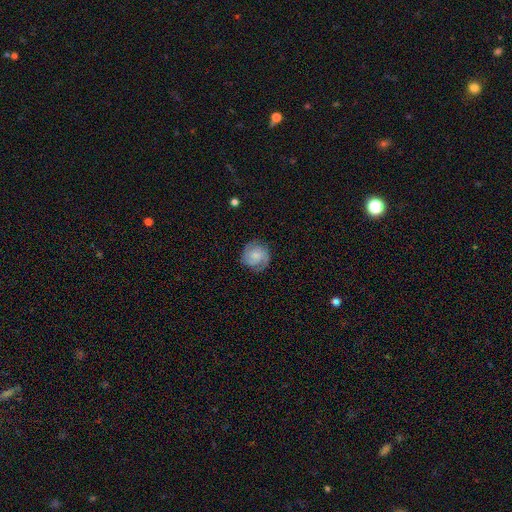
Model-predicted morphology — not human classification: A featured or disk galaxy (56%) with no bar (70%), 2 (51%) tight (52%) spiral arms (92%) and a small central bulge (47%).

Vote fractions:
- Smooth or featured? featured or disk: 56% / smooth: 37% / star or artifact: 8%
- Edge-on disk? no: 98% / yes: 2%
- Bar? no: 70% / weak: 26% / strong: 4%
- Spiral arms? yes: 92% / no: 8%
- Spiral winding? tight: 52% / medium: 37% / loose: 12%
- Spiral arm count? 2: 51% / can't tell: 20% / 3: 15% / 1: 8% / 4: 3% / more than 4: 3%
- Bulge size? small: 47% / moderate: 26% / none: 19% / large: 6% / dominant: 2%
- Merging? none: 76% / minor disturbance: 16% / major disturbance: 6% / merger: 1%